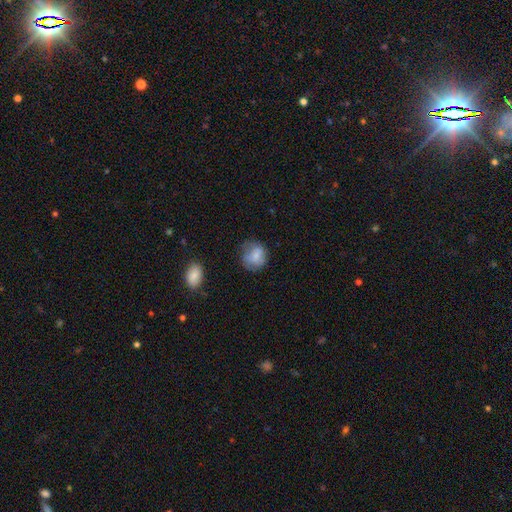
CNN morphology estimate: Overall: smooth (75%). How rounded: round (75%). Merging: none (60%; minor disturbance 26%).